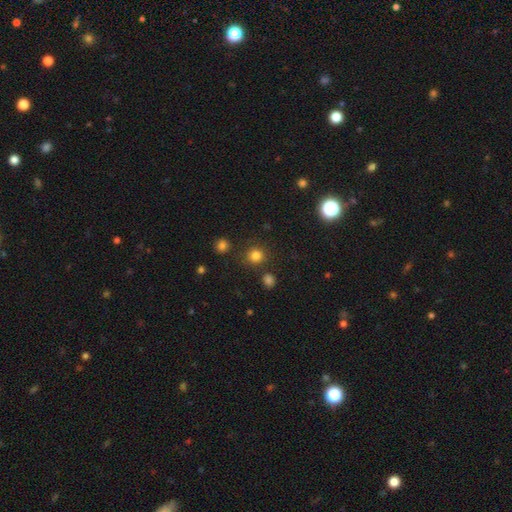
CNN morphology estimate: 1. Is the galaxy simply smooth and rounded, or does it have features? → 80% smooth, 15% star or artifact, 5% featured or disk.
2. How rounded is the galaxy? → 91% round, 8% in between, 1% cigar-shaped.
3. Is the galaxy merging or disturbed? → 84% none, 8% minor disturbance, 5% merger, 3% major disturbance.